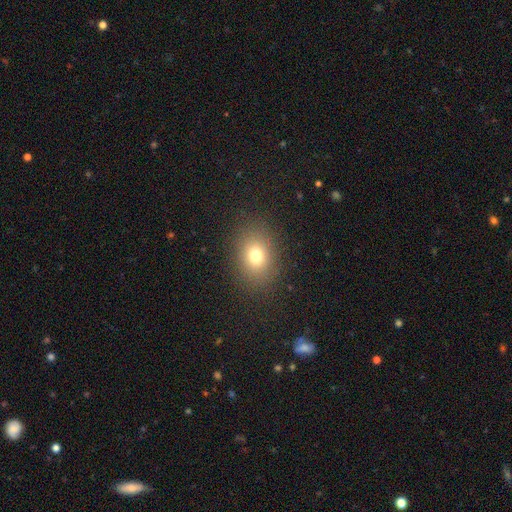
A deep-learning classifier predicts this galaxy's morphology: This appears to be a smooth galaxy with no disk features (75%) that is in between round and cigar-shaped (55%). Merging: none (86%).